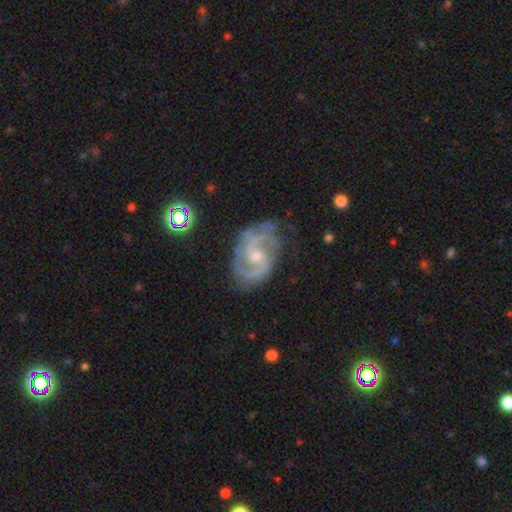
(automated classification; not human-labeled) Smooth or featured? featured or disk (90%)
Edge-on disk? no (98%)
Bar? weak (47%)
Spiral arms? yes (97%)
Spiral winding? medium (56%)
Spiral arm count? 2 (85%)
Bulge size? small (51%)
Merging? none (69%)